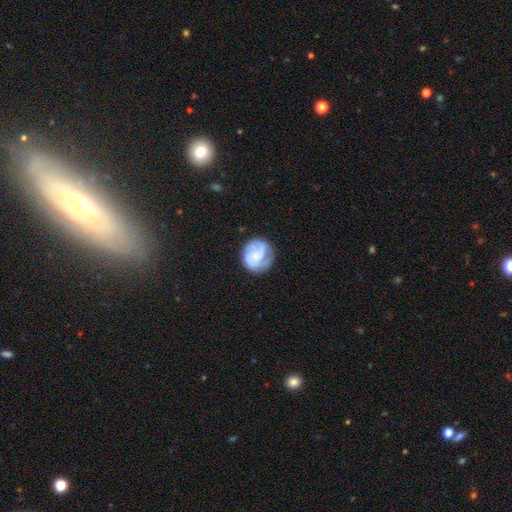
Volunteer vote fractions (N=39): Smooth or featured: featured or disk — 67% (smooth — 23%)
Edge-on disk: no — 100%
Bar: no — 77% (weak — 23%)
Spiral arms: yes — 88% (no — 12%)
Spiral winding: tight — 57% (medium — 30%)
Spiral arm count: can't tell — 35% (2 — 26%)
Bulge size: small — 62% (none — 19%)
Merging: none — 69% (minor disturbance — 14%)